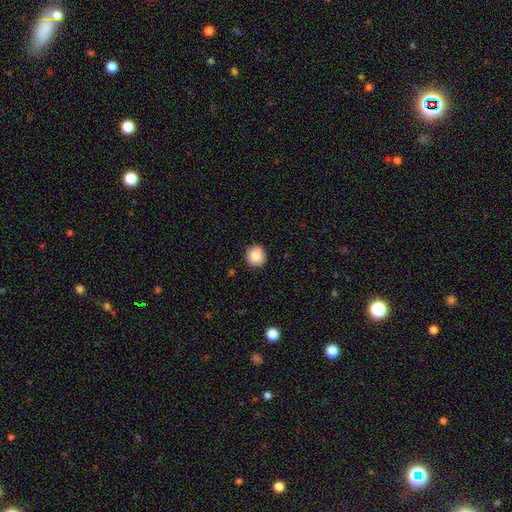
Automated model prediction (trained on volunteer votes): The model was most divided on "smooth or featured": smooth: 88%, star or artifact: 9%, featured or disk: 3%. More confident: how rounded — round (91%); merging — none (88%).